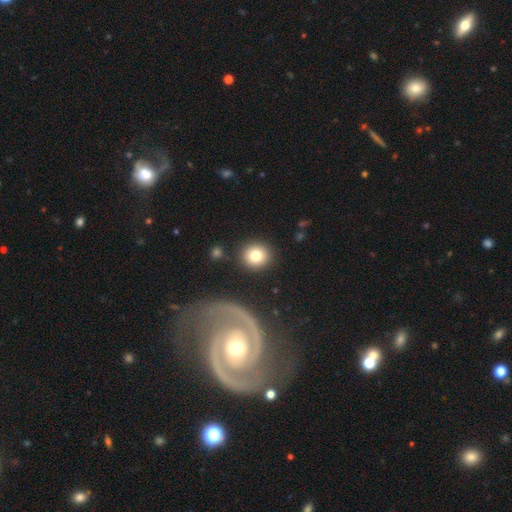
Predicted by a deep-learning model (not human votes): Q: Smooth or featured?
A: smooth (80%); runner-up: featured or disk (11%)
Q: How rounded?
A: round (89%); runner-up: in between (10%)
Q: Merging?
A: none (88%); runner-up: minor disturbance (7%)